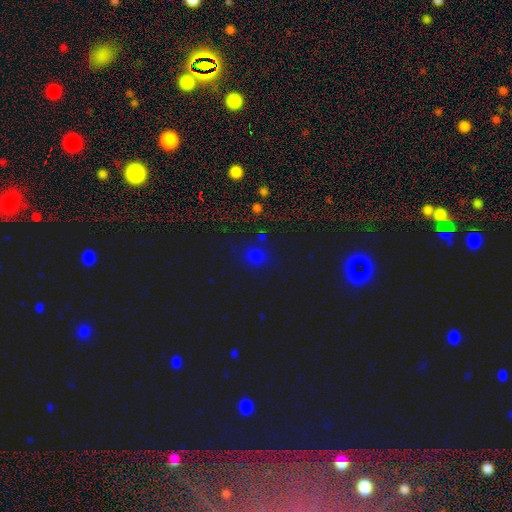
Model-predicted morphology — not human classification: A smooth galaxy with no disk features (56%) that is round (83%).

Vote fractions:
- Smooth or featured? smooth: 56% / star or artifact: 38% / featured or disk: 6%
- How rounded? round: 83% / in between: 15% / cigar-shaped: 1%
- Merging? none: 82% / minor disturbance: 10% / merger: 4% / major disturbance: 4%